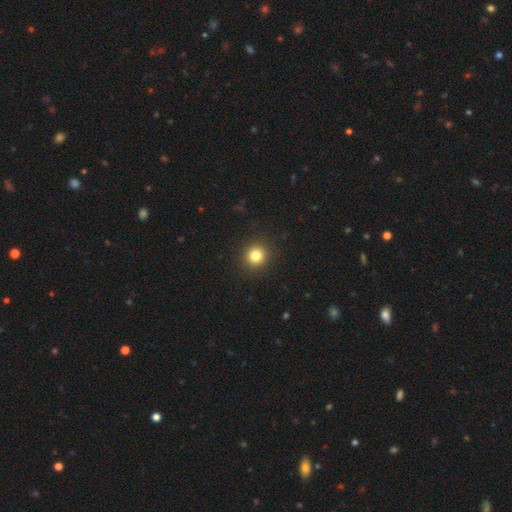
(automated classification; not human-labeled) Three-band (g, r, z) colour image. It shows a smooth galaxy with no disk features (82%) that is round (89%). Merging: none (91%).